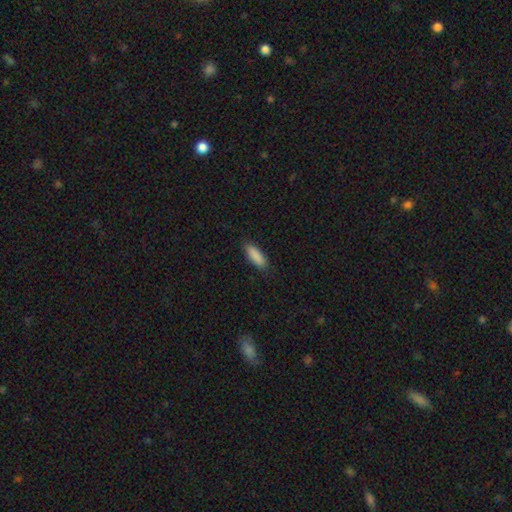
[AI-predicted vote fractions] Q: Smooth or featured?
A: smooth (89%); runner-up: star or artifact (6%)
Q: How rounded?
A: in between (60%); runner-up: cigar-shaped (39%)
Q: Merging?
A: none (87%); runner-up: minor disturbance (10%)